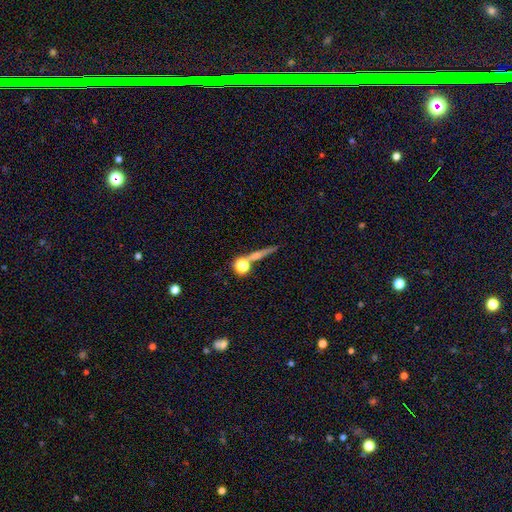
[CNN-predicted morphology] smooth_or_featured: smooth (p=0.42) [alt: featured or disk p=0.35]
merging: none (p=0.71) [alt: merger p=0.13]